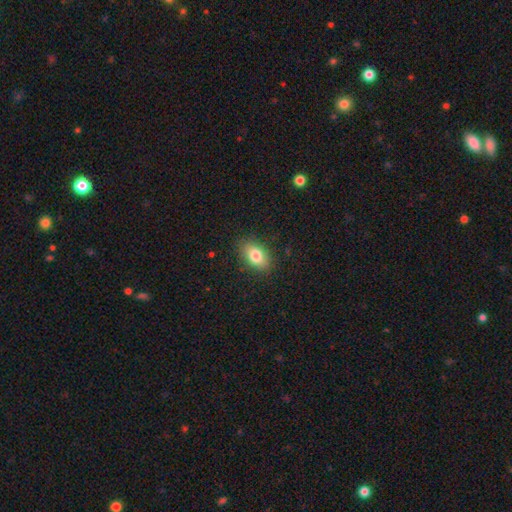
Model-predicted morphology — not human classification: The model was most divided on "smooth or featured": smooth: 82%, featured or disk: 10%, star or artifact: 8%. More confident: how rounded — in between (87%); merging — none (86%).